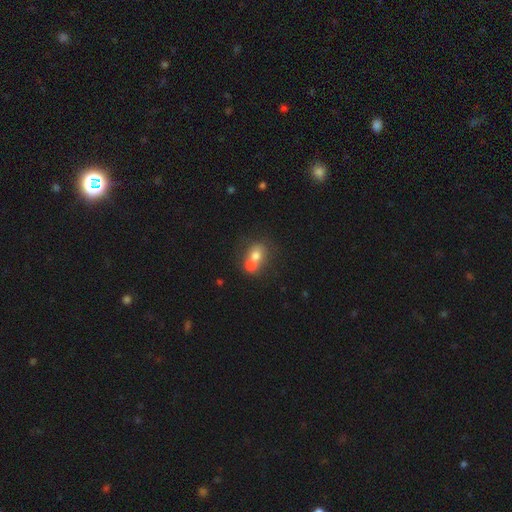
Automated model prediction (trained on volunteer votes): This is likely a smooth galaxy (68%). How rounded: likely round (62%). Merging: likely merger (68%).